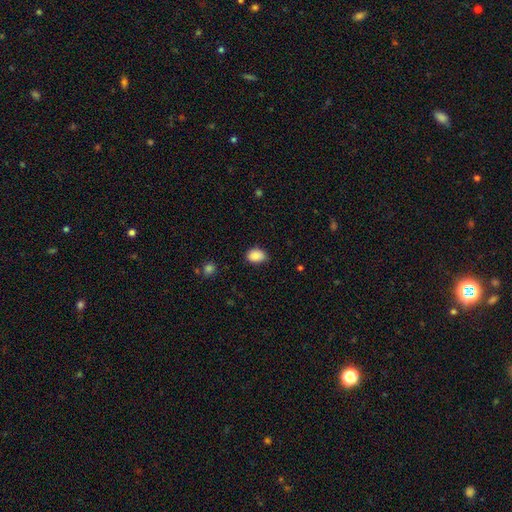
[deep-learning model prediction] smooth-or-featured: smooth: 88% | star or artifact: 8% | featured or disk: 4%
  how-rounded: in between: 77% | round: 22% | cigar-shaped: 1%
  merging: none: 76% | minor disturbance: 20% | major disturbance: 3% | merger: 1%